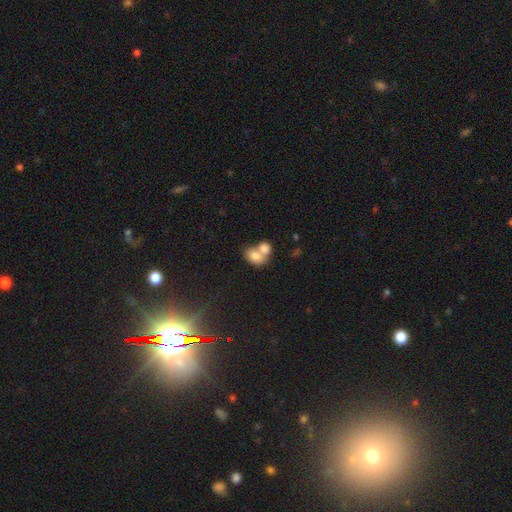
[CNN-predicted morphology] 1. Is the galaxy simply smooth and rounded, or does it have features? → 77% smooth, 15% featured or disk, 8% star or artifact.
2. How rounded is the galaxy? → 75% in between, 24% round, 1% cigar-shaped.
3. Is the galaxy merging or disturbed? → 69% merger, 20% none, 7% minor disturbance, 4% major disturbance.